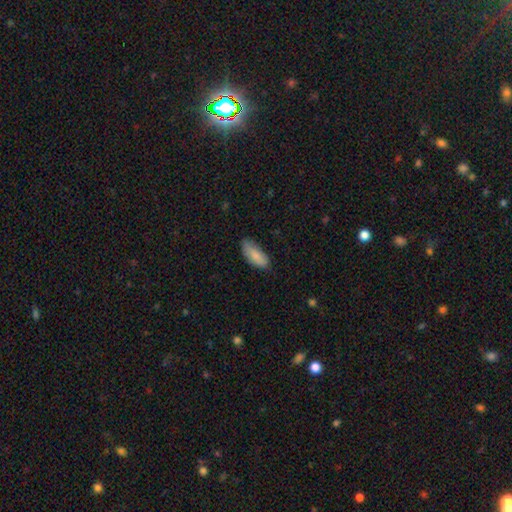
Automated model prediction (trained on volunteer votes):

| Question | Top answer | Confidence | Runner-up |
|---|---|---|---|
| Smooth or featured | smooth | 85% | featured or disk (9%) |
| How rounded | in between | 83% | cigar-shaped (15%) |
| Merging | none | 71% | minor disturbance (24%) |